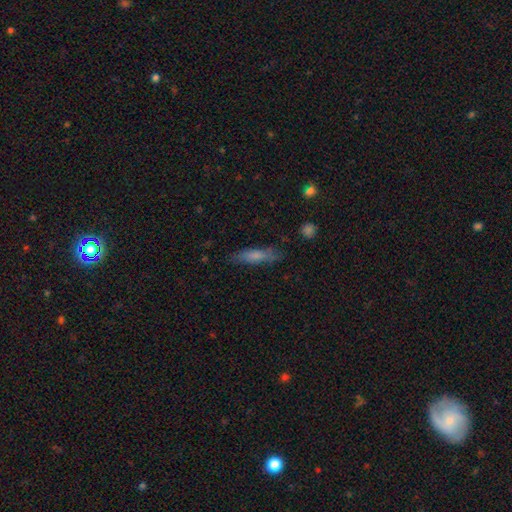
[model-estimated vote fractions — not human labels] Smooth or featured? Predicted: smooth (p=0.67). How rounded? Predicted: cigar-shaped (p=0.70). Merging? Predicted: none (p=0.75).